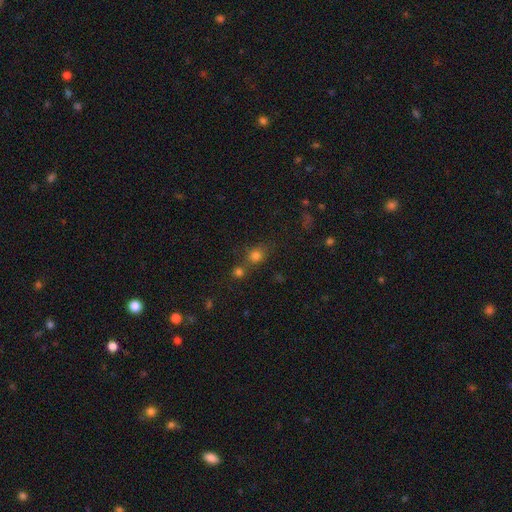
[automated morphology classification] Smooth or featured? Predicted: smooth (p=0.74). How rounded? Predicted: round (p=0.75). Merging? Predicted: none (p=0.58).